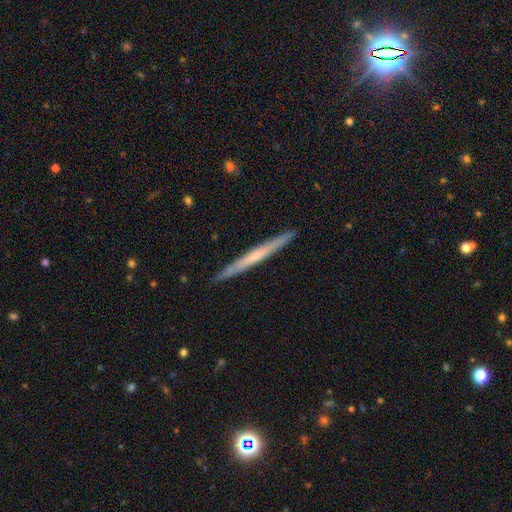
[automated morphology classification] featured or disk 52%, smooth 43%, star or artifact 5%. Down the decision tree: edge-on disk — yes (97%); edge-on bulge — none (75%); merging — none (92%).